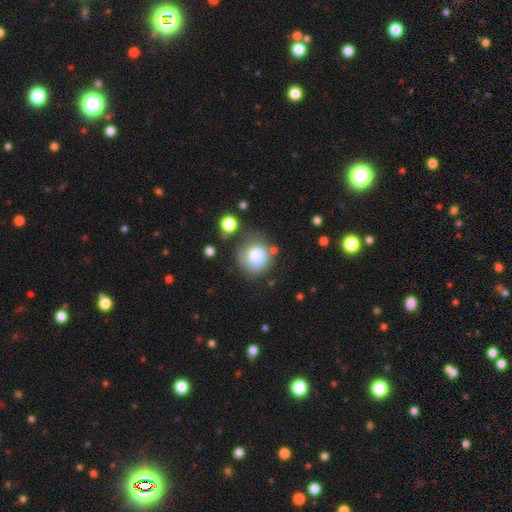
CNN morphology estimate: type=smooth (73%); roundness=round (84%); merging=none (52%).